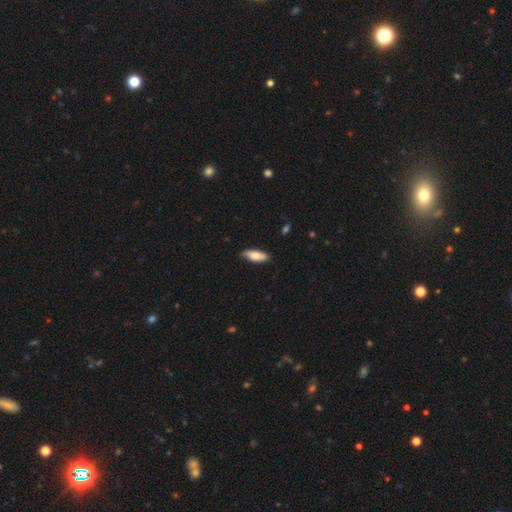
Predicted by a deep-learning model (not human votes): Overall: smooth (78%). How rounded: in between (70%). Merging: none (79%).